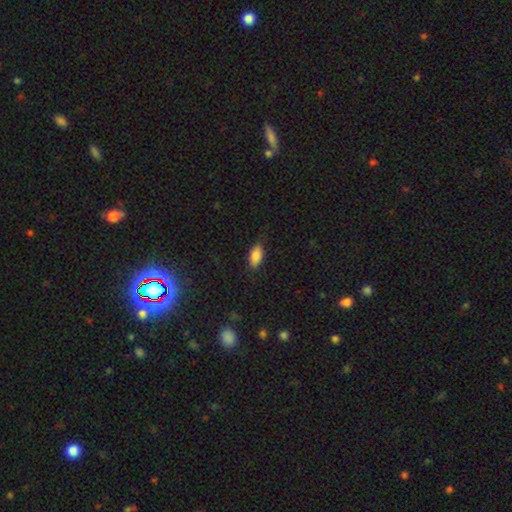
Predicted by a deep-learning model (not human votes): Smooth or featured? smooth (83%)
How rounded? in between (90%)
Merging? none (74%)